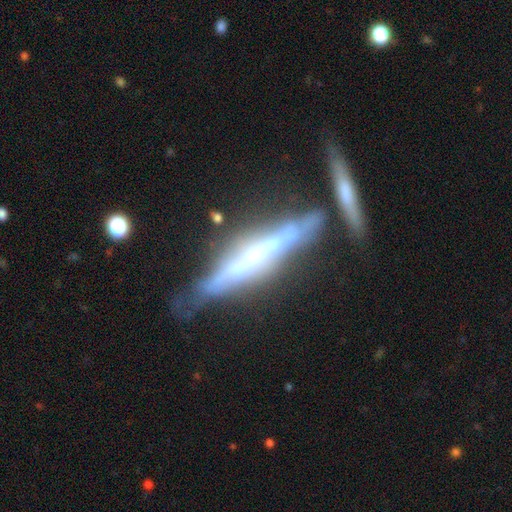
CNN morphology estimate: smooth_or_featured: featured or disk (p=0.77) [alt: smooth p=0.15]
disk_edge_on: yes (p=0.83) [alt: no p=0.17]
edge_on_bulge: none (p=0.40) [alt: rounded p=0.36]
merging: none (p=0.43) [alt: merger p=0.22]